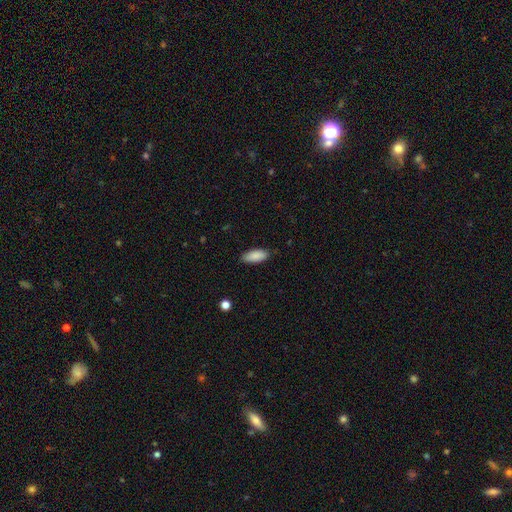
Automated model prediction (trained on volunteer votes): smooth-or-featured: smooth: 89% | star or artifact: 6% | featured or disk: 5%
  how-rounded: in between: 84% | cigar-shaped: 14% | round: 2%
  merging: none: 84% | minor disturbance: 12% | major disturbance: 2% | merger: 1%